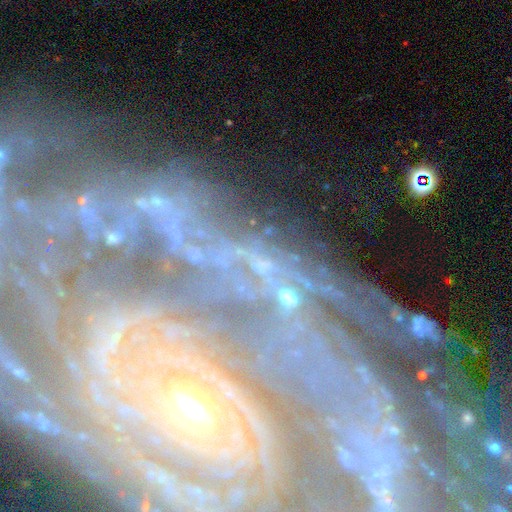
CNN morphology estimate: type=featured or disk (65%); edge-on=no (91%); bar=no (47%); spiral arms=yes (91%); winding=tight (72%); arm count=can't tell (29%); bulge=small (51%); merging=none (64%).